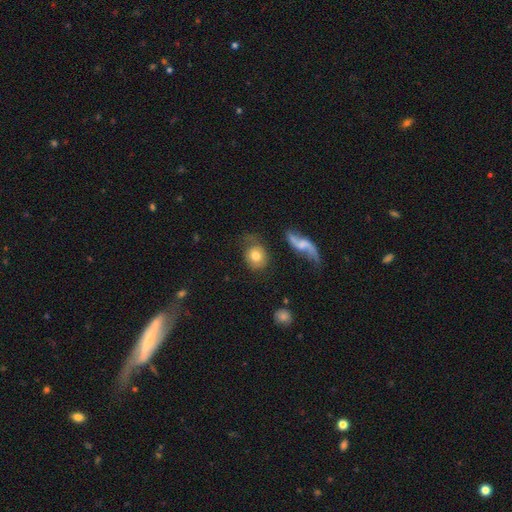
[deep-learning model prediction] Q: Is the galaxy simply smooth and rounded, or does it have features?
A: smooth — 67%.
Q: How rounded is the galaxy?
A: round — 66%.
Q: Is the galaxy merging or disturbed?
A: none — 59%.